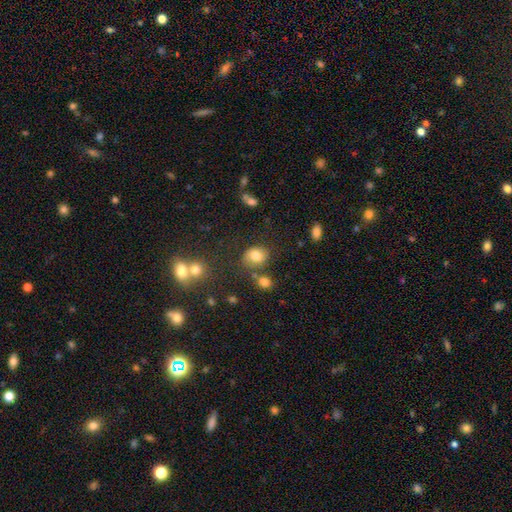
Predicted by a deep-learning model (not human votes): Smooth or featured?
  - smooth: 78% *
  - star or artifact: 11%
  - featured or disk: 10%
How rounded?
  - round: 50% *
  - in between: 49%
  - cigar-shaped: 1%
Merging?
  - none: 68% *
  - minor disturbance: 17%
  - merger: 9%
  - major disturbance: 6%